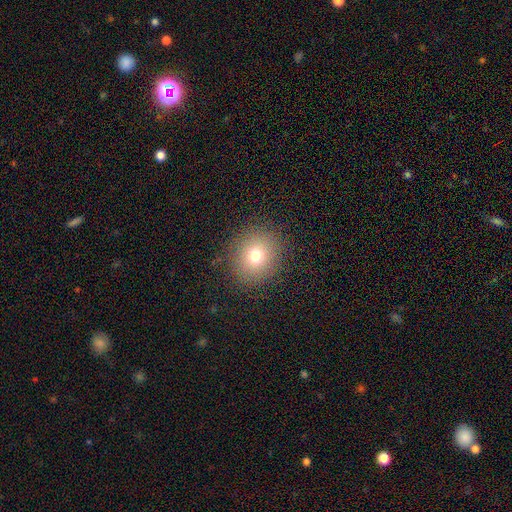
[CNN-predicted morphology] Overall: smooth (73%). How rounded: round (83%). Merging: none (88%).